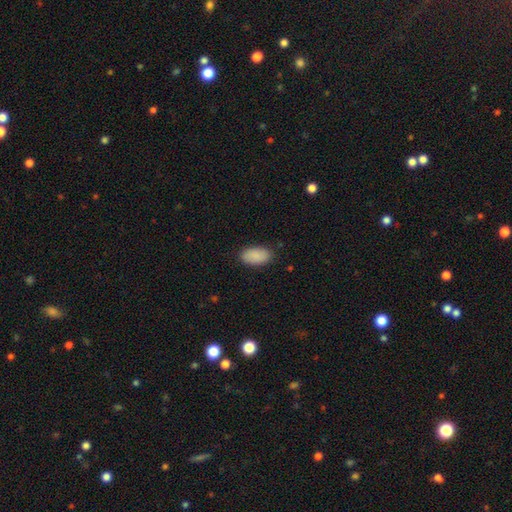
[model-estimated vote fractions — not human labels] Smooth or featured?
  - smooth: 90% *
  - star or artifact: 6%
  - featured or disk: 4%
How rounded?
  - in between: 95% *
  - round: 3%
  - cigar-shaped: 2%
Merging?
  - none: 86% *
  - minor disturbance: 11%
  - major disturbance: 2%
  - merger: 1%